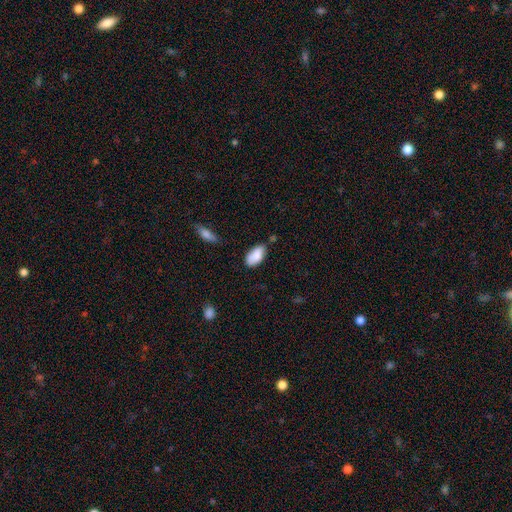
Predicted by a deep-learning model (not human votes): A smooth galaxy with no disk features (86%) that is in between round and cigar-shaped (94%).

Vote fractions:
- Smooth or featured? smooth: 86% / featured or disk: 7% / star or artifact: 7%
- How rounded? in between: 94% / cigar-shaped: 4% / round: 3%
- Merging? none: 66% / minor disturbance: 24% / merger: 5% / major disturbance: 4%